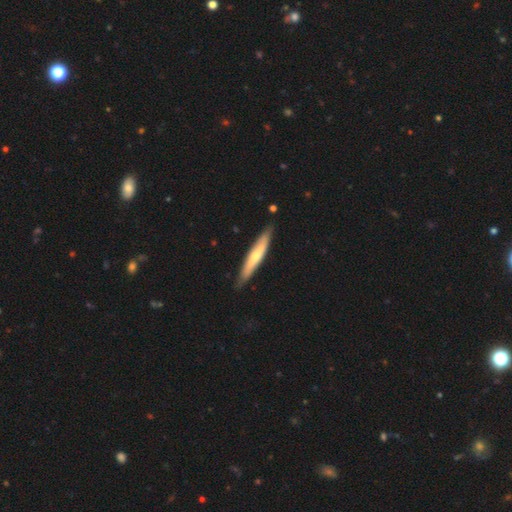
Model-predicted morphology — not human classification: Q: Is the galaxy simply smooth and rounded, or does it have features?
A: smooth — 52%.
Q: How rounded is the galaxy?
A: cigar-shaped — 90%.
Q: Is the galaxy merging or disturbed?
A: none — 84%.